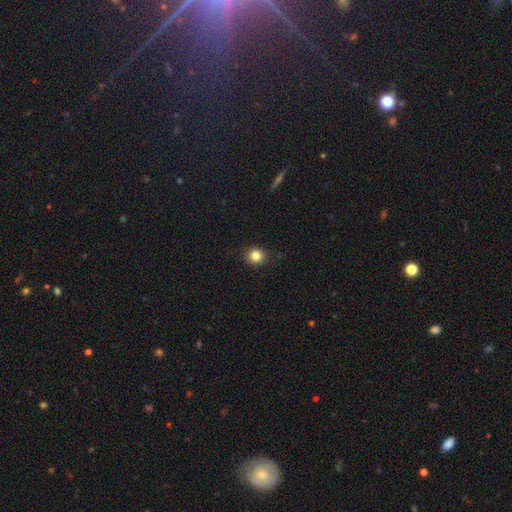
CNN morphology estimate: Overall: smooth (83%). How rounded: round (86%). Merging: none (89%).